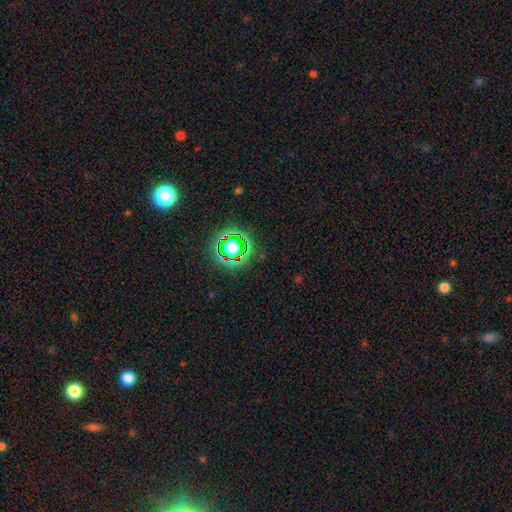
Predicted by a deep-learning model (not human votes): Smooth or featured?
  - star or artifact: 77% *
  - smooth: 16%
  - featured or disk: 7%